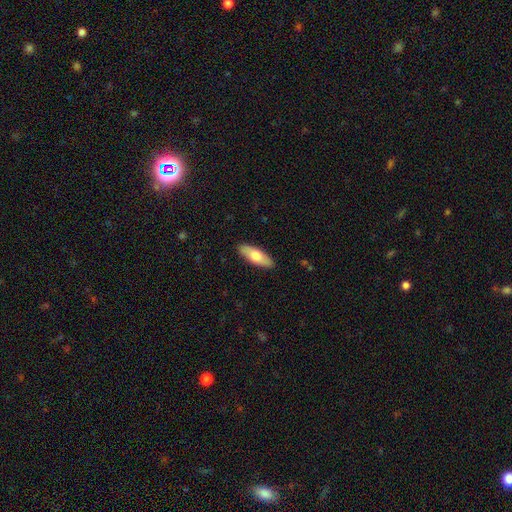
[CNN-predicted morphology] The model was most divided on "how rounded": in between: 62%, cigar-shaped: 36%, round: 2%. More confident: merging — none (89%); smooth or featured — smooth (71%).